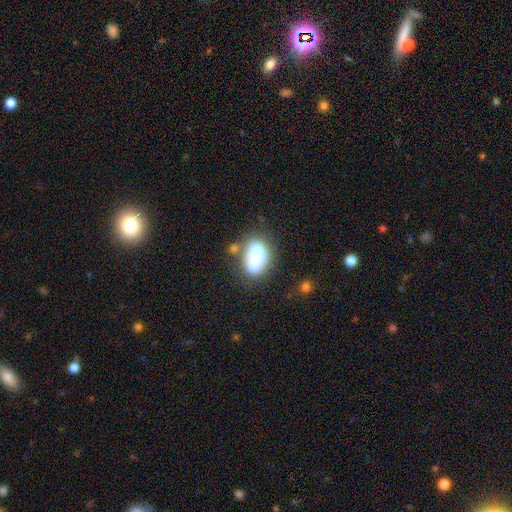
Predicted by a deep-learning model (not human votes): Q: Smooth or featured?
A: smooth (66%); runner-up: featured or disk (25%)
Q: How rounded?
A: in between (85%); runner-up: round (11%)
Q: Merging?
A: none (42%); runner-up: merger (24%)